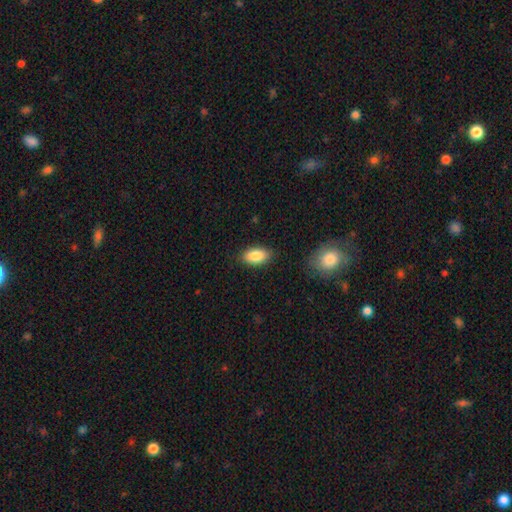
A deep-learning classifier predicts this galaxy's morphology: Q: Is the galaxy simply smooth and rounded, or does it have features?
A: smooth — 87%.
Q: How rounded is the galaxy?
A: in between — 92%.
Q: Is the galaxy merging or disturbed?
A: none — 86%.